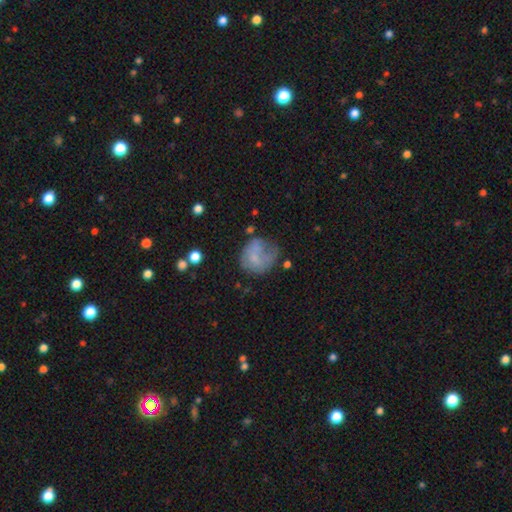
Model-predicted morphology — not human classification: Smooth or featured? Predicted: smooth (p=0.58). How rounded? Predicted: round (p=0.69). Merging? Predicted: none (p=0.36).